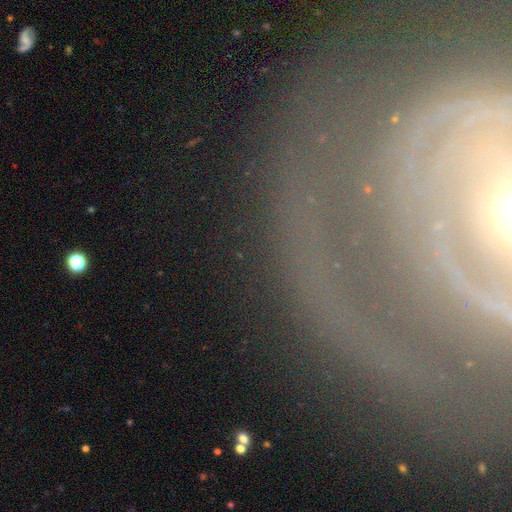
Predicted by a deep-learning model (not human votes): A featured or disk galaxy (68%) with no bar (38%), spiral arms (77%) and a moderate central bulge (49%).

Vote fractions:
- Smooth or featured? featured or disk: 68% / star or artifact: 17% / smooth: 16%
- Edge-on disk? no: 86% / yes: 14%
- Bar? no: 38% / strong: 34% / weak: 27%
- Spiral arms? yes: 77% / no: 23%
- Bulge size? moderate: 49% / small: 33% / large: 10% / none: 4% / dominant: 4%
- Merging? none: 76% / minor disturbance: 12% / major disturbance: 8% / merger: 4%